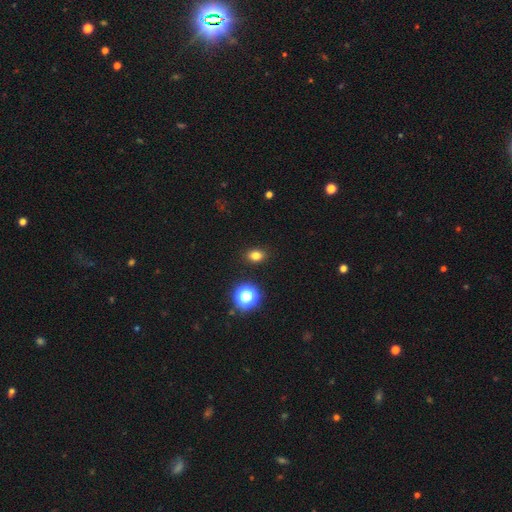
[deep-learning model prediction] The model was most divided on "how rounded": in between: 57%, round: 42%, cigar-shaped: 1%. More confident: merging — none (89%); smooth or featured — smooth (77%).